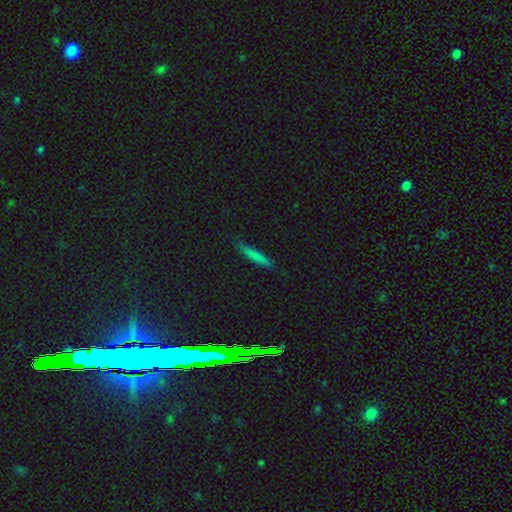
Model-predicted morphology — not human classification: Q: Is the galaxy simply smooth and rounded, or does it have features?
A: smooth — 73%.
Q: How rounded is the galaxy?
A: cigar-shaped — 91%.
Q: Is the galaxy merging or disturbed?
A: none — 84%.